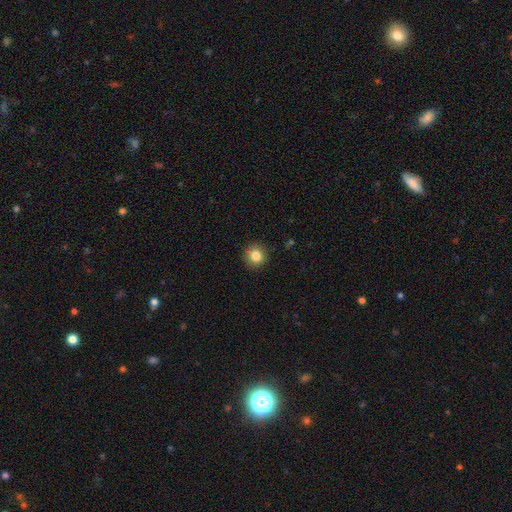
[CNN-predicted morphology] Smooth or featured: smooth — 84% (star or artifact — 10%)
How rounded: round — 92% (in between — 7%)
Merging: none — 90% (minor disturbance — 7%)